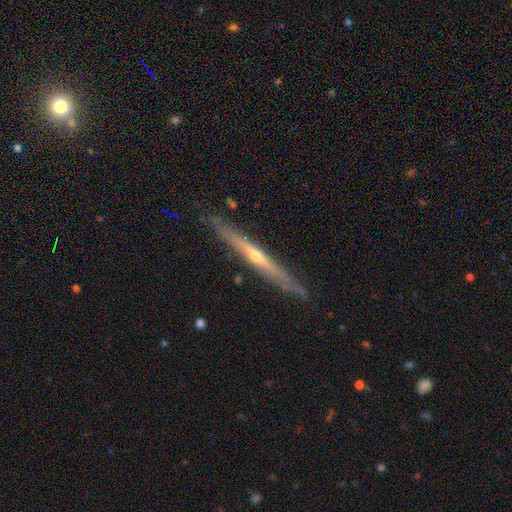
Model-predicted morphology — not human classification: Smooth or featured: featured or disk — 76% (smooth — 18%)
Edge-on disk: yes — 97% (no — 3%)
Edge-on bulge: rounded — 69% (none — 28%)
Merging: none — 88% (minor disturbance — 9%)